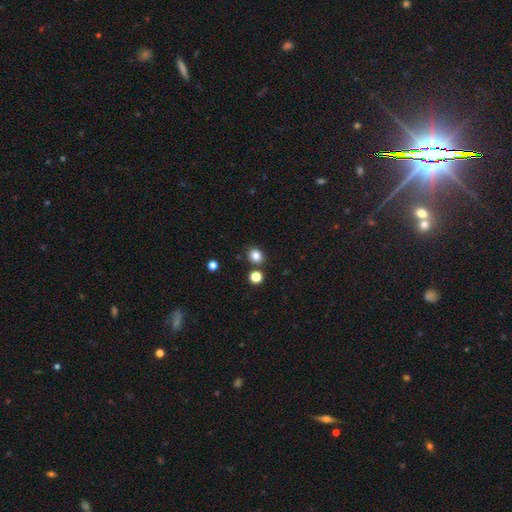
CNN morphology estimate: type=smooth (82%); roundness=round (69%); merging=none (81%).